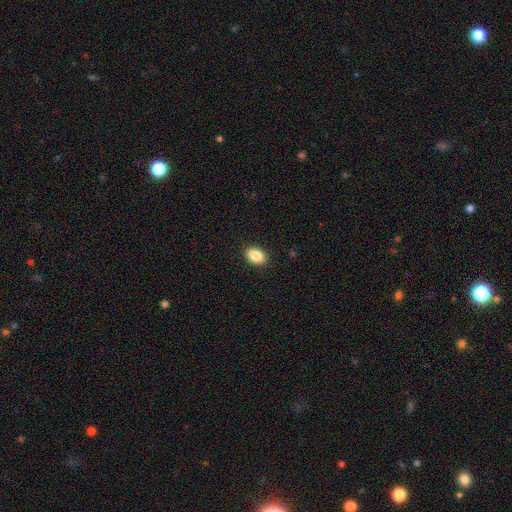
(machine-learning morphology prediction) The model was most divided on "how rounded": in between: 83%, round: 16%, cigar-shaped: 1%. More confident: merging — none (90%); smooth or featured — smooth (88%).